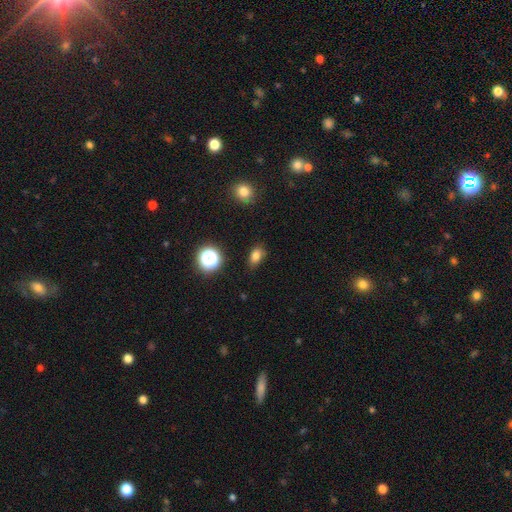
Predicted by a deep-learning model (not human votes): A smooth galaxy with no disk features (79%) that is in between round and cigar-shaped (78%). Merging: none (77%).